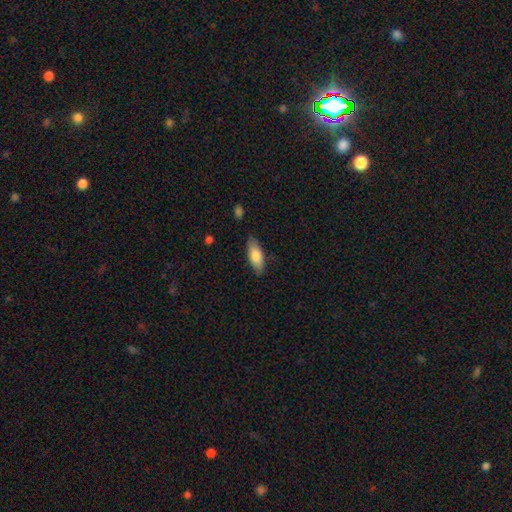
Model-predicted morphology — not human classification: This is clearly a smooth galaxy (82%). How rounded: likely in between (77%). Merging: clearly none (84%).